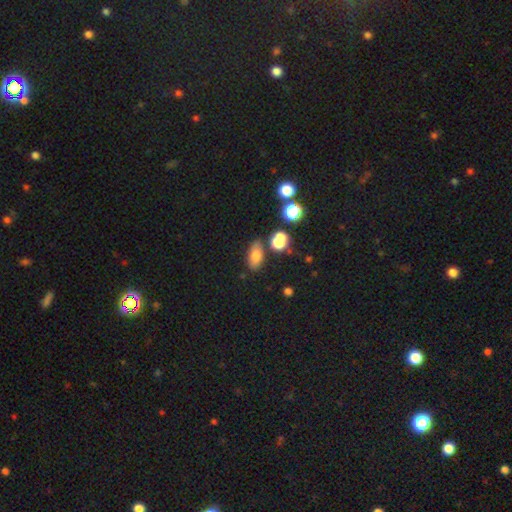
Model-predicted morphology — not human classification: type=smooth (74%); roundness=in between (81%); merging=none (72%).